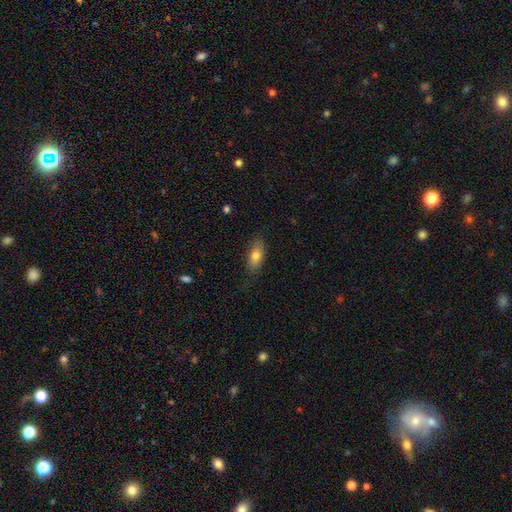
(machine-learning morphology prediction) This appears to be a smooth galaxy with no disk features (78%) that is in between round and cigar-shaped (83%). Merging: none (82%).